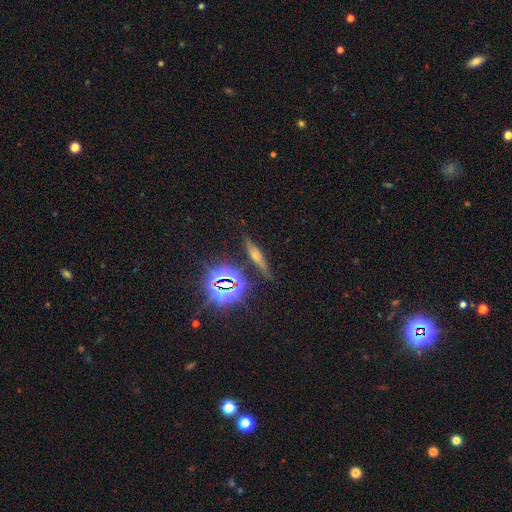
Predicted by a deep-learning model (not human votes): This is marginally a smooth galaxy (39%). Merging: likely none (78%).